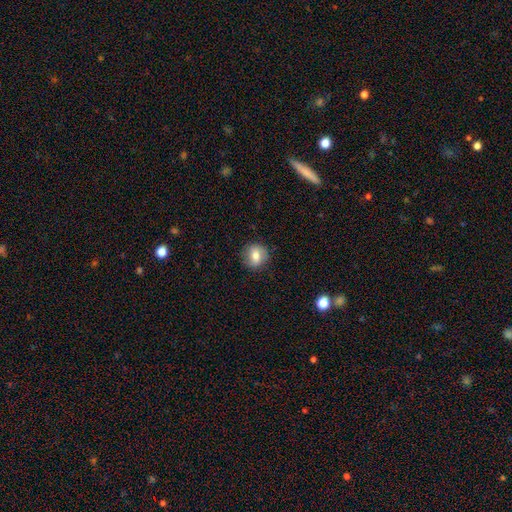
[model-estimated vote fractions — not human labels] Smooth or featured? Predicted: smooth (p=0.72). How rounded? Predicted: round (p=0.79). Merging? Predicted: none (p=0.84).